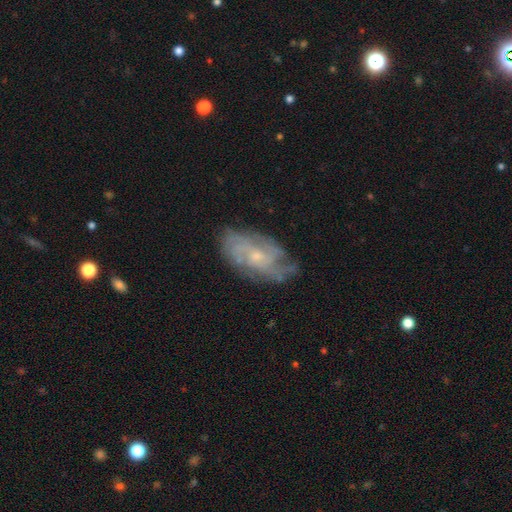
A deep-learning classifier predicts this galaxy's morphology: type=featured or disk (72%); edge-on=no (94%); bar=no (72%); spiral arms=yes (85%); winding=tight (49%); arm count=can't tell (50%); bulge=small (60%); merging=none (70%).